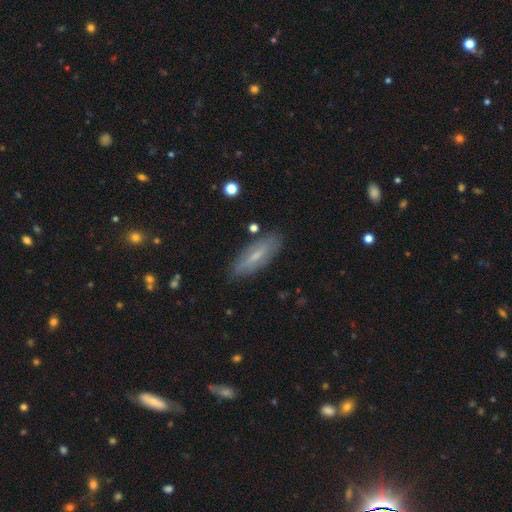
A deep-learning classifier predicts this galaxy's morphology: smooth-or-featured: smooth: 56% | featured or disk: 36% | star or artifact: 8%
  how-rounded: in between: 54% | cigar-shaped: 44% | round: 2%
  merging: none: 83% | minor disturbance: 12% | major disturbance: 3% | merger: 2%